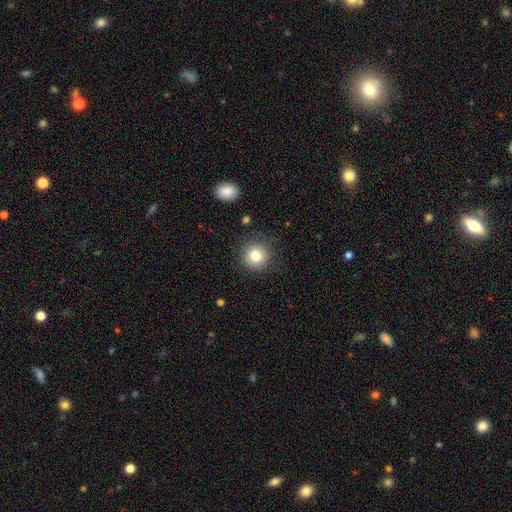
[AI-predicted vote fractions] smooth_or_featured: smooth (p=0.81) [alt: star or artifact p=0.10]
how_rounded: round (p=0.93) [alt: in between p=0.06]
merging: none (p=0.85) [alt: minor disturbance p=0.10]